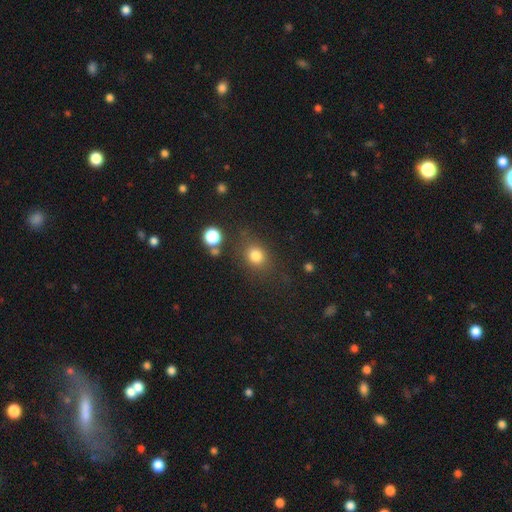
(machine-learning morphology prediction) smooth_or_featured: smooth (p=0.80) [alt: star or artifact p=0.13]
how_rounded: round (p=0.66) [alt: in between p=0.32]
merging: none (p=0.73) [alt: minor disturbance p=0.15]